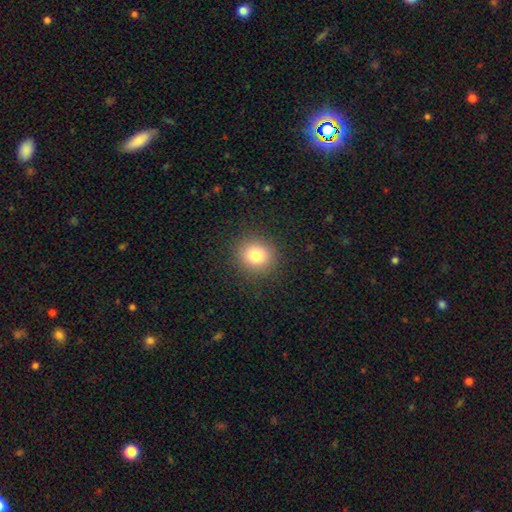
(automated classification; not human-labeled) Morphology: type=smooth (80%); roundness=round (85%); merging=none (89%).